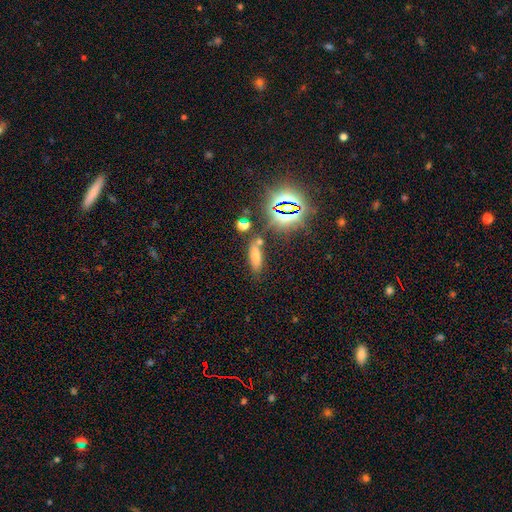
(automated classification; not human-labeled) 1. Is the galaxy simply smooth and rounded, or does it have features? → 62% smooth, 27% star or artifact, 11% featured or disk.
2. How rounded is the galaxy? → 48% in between, 46% cigar-shaped, 6% round.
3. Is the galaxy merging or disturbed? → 67% none, 14% merger, 14% minor disturbance, 6% major disturbance.